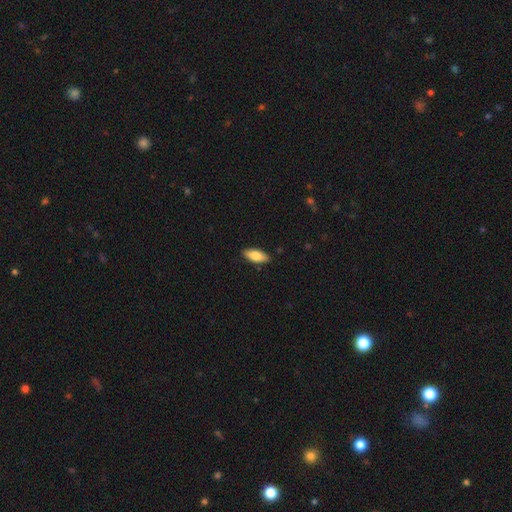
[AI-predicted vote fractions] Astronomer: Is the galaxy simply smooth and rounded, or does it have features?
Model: smooth — 79%.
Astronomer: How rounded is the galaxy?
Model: in between — 80%.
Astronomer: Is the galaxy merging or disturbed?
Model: none — 88%.